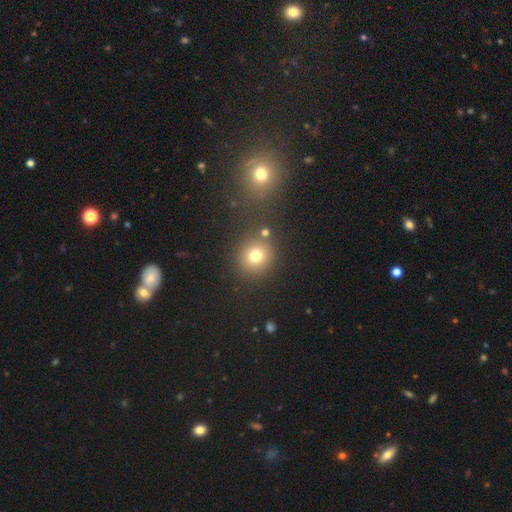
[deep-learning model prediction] Smooth or featured? Predicted: smooth (p=0.75). How rounded? Predicted: round (p=0.87). Merging? Predicted: none (p=0.79).